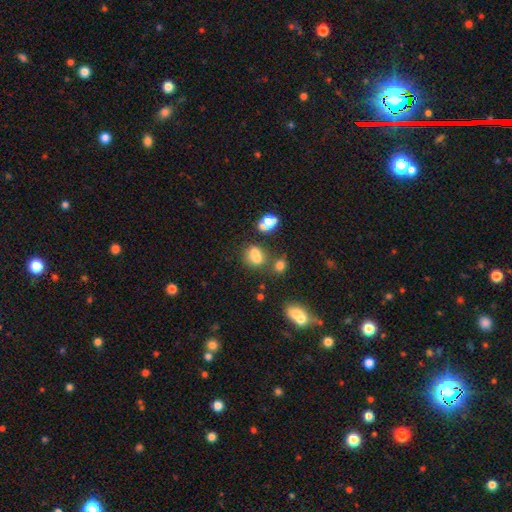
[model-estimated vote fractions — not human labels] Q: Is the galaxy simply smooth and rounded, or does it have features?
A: smooth — 71%.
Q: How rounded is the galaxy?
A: in between — 58%.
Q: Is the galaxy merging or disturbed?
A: none — 46%.